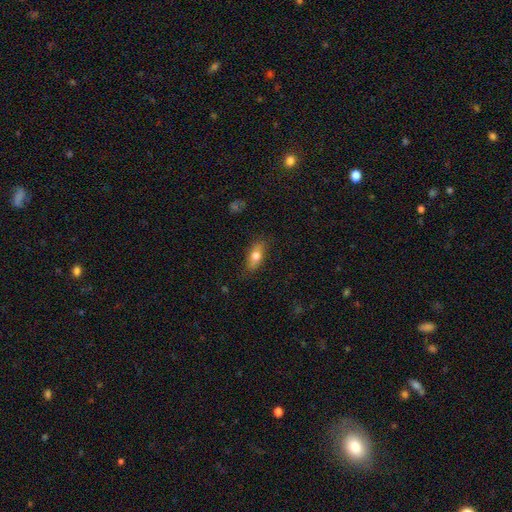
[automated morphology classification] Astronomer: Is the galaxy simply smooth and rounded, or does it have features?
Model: smooth — 70%.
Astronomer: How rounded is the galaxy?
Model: in between — 74%.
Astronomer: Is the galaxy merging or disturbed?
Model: none — 79%.